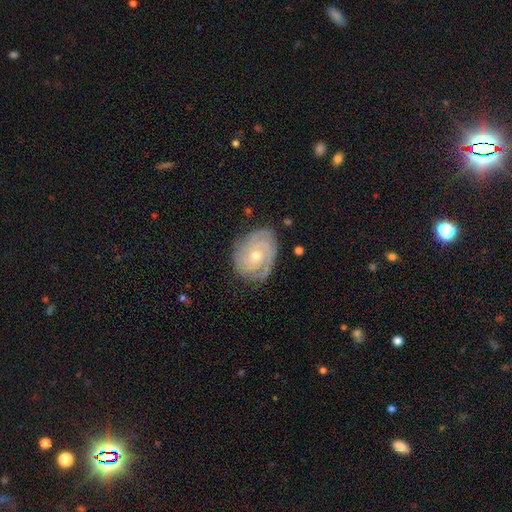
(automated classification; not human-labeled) A featured or disk galaxy (86%) with no bar (74%), 3 (31%) tight (79%) spiral arms (97%) and a moderate central bulge (55%).

Vote fractions:
- Smooth or featured? featured or disk: 86% / smooth: 8% / star or artifact: 5%
- Edge-on disk? no: 97% / yes: 3%
- Bar? no: 74% / weak: 21% / strong: 5%
- Spiral arms? yes: 97% / no: 3%
- Spiral winding? tight: 79% / medium: 18% / loose: 3%
- Spiral arm count? 3: 31% / 2: 25% / can't tell: 22% / 4: 11% / more than 4: 5% / 1: 5%
- Bulge size? moderate: 55% / small: 42% / large: 1% / none: 1% / dominant: 1%
- Merging? none: 78% / minor disturbance: 17% / major disturbance: 4% / merger: 1%